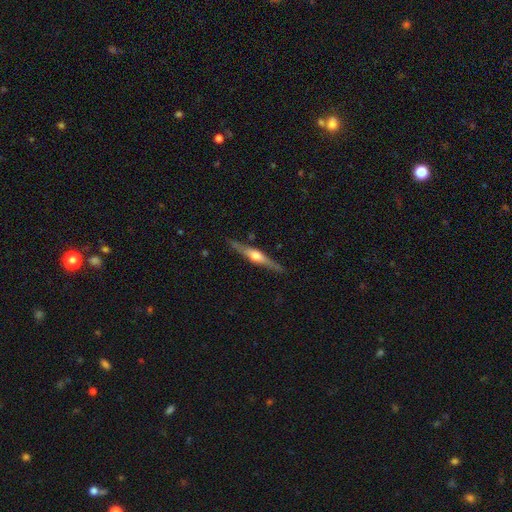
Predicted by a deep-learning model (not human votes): This is likely a featured or disk galaxy (75%). It is clearly viewed edge-on (97%). Edge-on bulge: clearly rounded (91%). Merging: clearly none (87%).